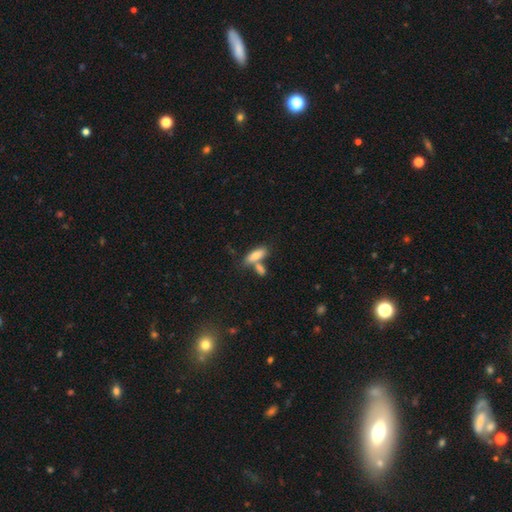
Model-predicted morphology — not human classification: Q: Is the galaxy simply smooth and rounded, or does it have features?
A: smooth — 78%.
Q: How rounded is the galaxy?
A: in between — 69%.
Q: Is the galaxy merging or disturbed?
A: none — 48%.